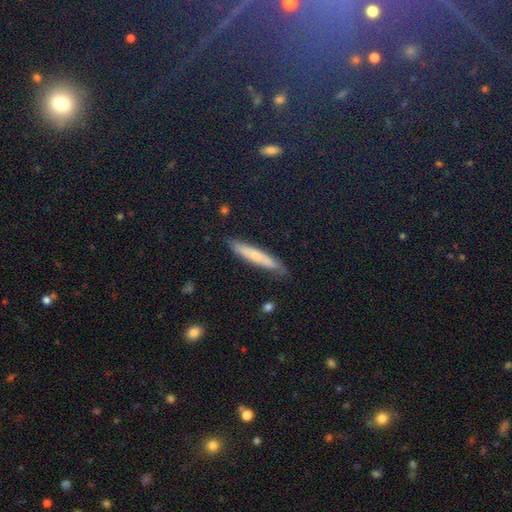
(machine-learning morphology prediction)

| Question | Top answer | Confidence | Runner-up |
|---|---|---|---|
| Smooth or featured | smooth | 57% | featured or disk (33%) |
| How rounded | cigar-shaped | 91% | in between (7%) |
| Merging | none | 81% | minor disturbance (15%) |